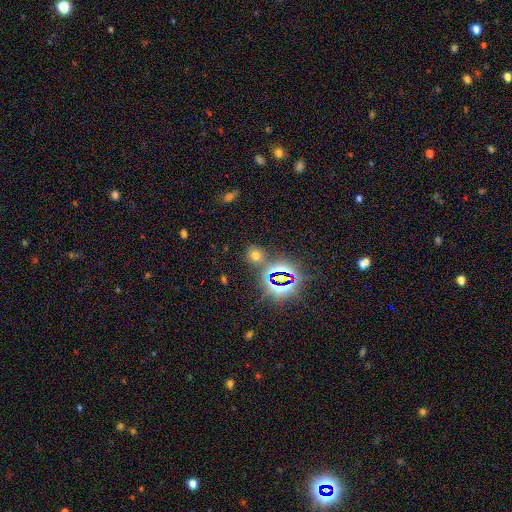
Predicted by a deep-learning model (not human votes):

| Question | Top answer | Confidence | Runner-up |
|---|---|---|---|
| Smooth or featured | smooth | 50% | star or artifact (42%) |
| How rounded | round | 74% | in between (24%) |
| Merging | none | 79% | minor disturbance (9%) |